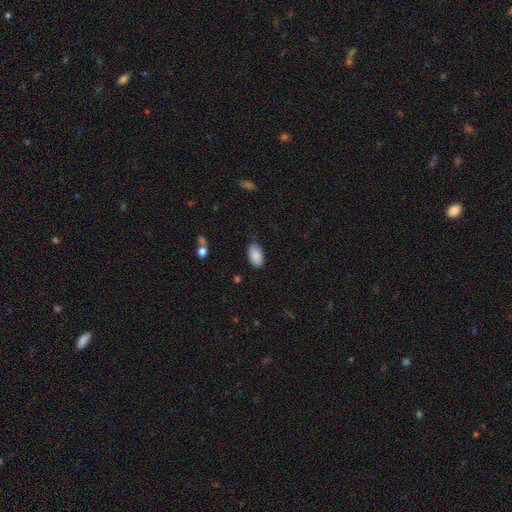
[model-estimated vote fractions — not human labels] Q: Smooth or featured?
A: smooth (88%); runner-up: star or artifact (7%)
Q: How rounded?
A: in between (94%); runner-up: round (4%)
Q: Merging?
A: none (79%); runner-up: minor disturbance (16%)